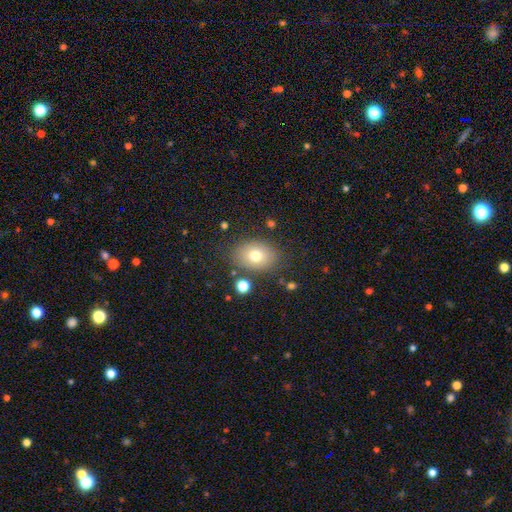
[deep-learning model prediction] Smooth or featured? Predicted: smooth (p=0.74). How rounded? Predicted: in between (p=0.69). Merging? Predicted: none (p=0.80).